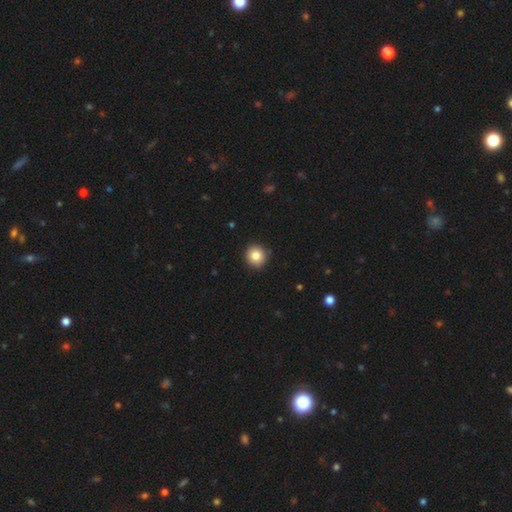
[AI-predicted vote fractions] Smooth or featured? Predicted: smooth (p=0.83). How rounded? Predicted: round (p=0.92). Merging? Predicted: none (p=0.91).